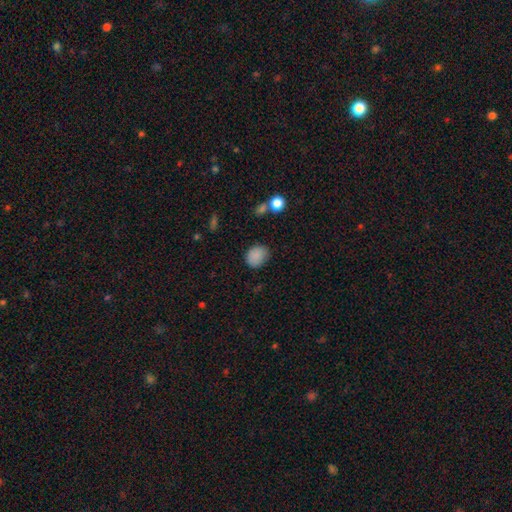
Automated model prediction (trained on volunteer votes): smooth-or-featured: smooth: 86% | star or artifact: 9% | featured or disk: 5%
  how-rounded: round: 58% | in between: 41% | cigar-shaped: 1%
  merging: none: 78% | minor disturbance: 17% | major disturbance: 4% | merger: 2%